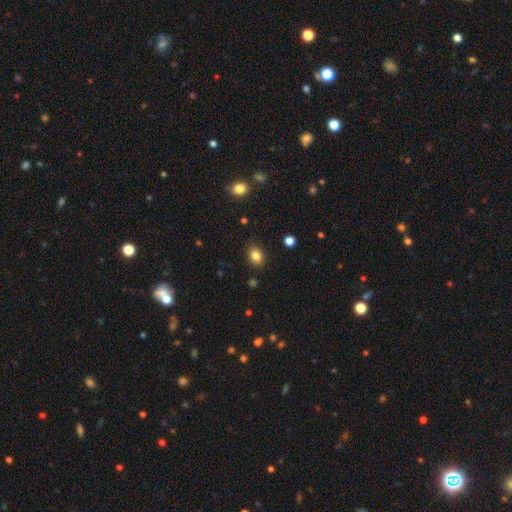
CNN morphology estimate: smooth_or_featured: smooth (p=0.84) [alt: star or artifact p=0.10]
how_rounded: in between (p=0.67) [alt: round p=0.31]
merging: none (p=0.86) [alt: minor disturbance p=0.10]